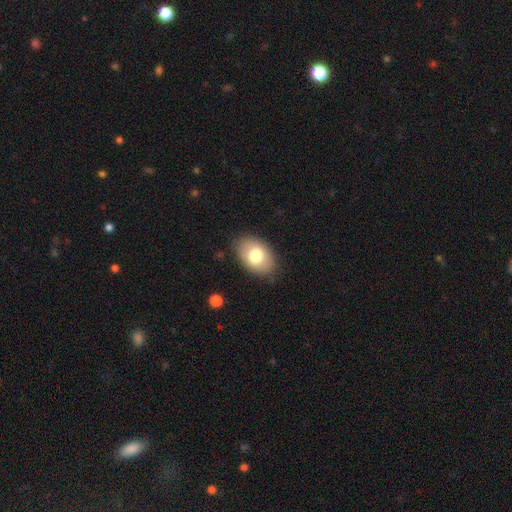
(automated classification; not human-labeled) Morphology: type=smooth (74%); roundness=in between (86%); merging=none (84%).